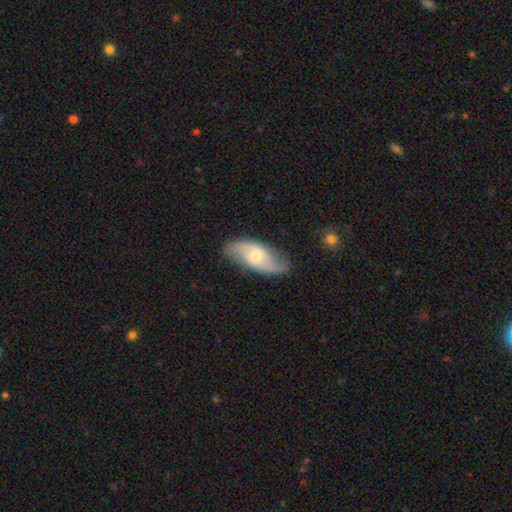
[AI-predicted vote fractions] The model was most divided on "bar": weak: 47%, no: 42%, strong: 11%. More confident: edge-on disk — no (90%); spiral arms — yes (88%); spiral arm count — 2 (86%); merging — none (78%); smooth or featured — featured or disk (64%); bulge size — moderate (55%); spiral winding — loose (53%).